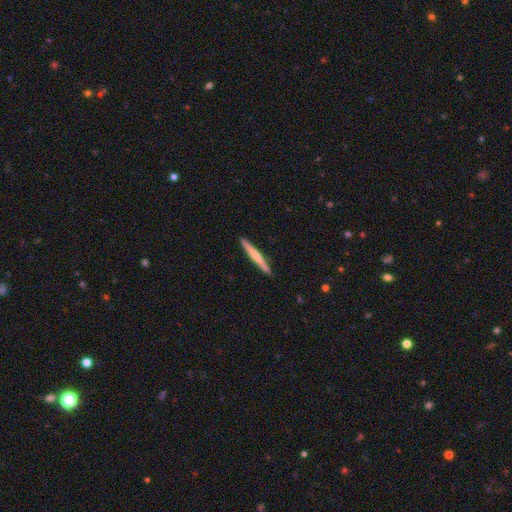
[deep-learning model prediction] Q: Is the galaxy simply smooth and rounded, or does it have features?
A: smooth — 58%.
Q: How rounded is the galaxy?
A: cigar-shaped — 97%.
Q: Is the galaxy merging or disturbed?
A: none — 91%.